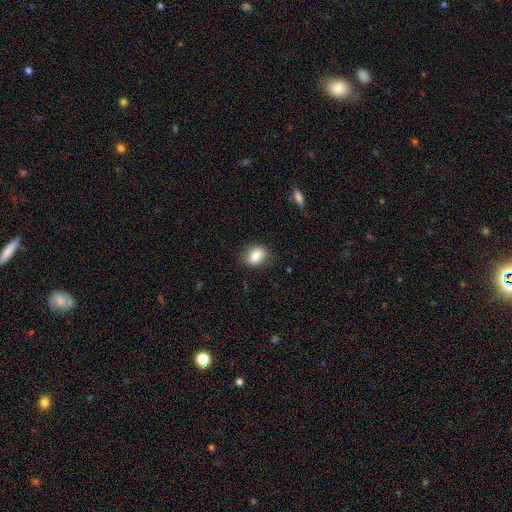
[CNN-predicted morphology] Smooth or featured? smooth (84%)
How rounded? in between (68%)
Merging? none (79%)